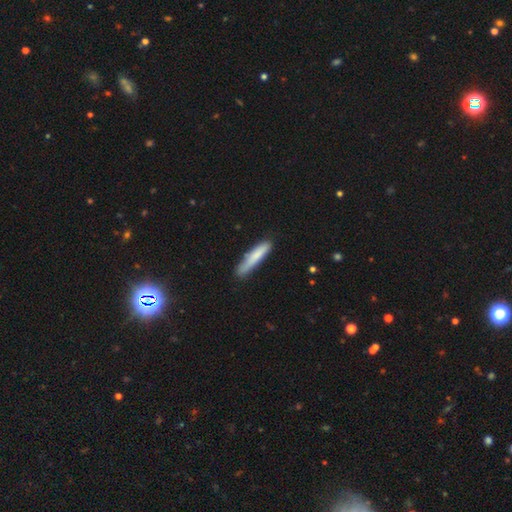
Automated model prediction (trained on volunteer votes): Morphology: type=smooth (78%); roundness=cigar-shaped (89%); merging=none (75%).